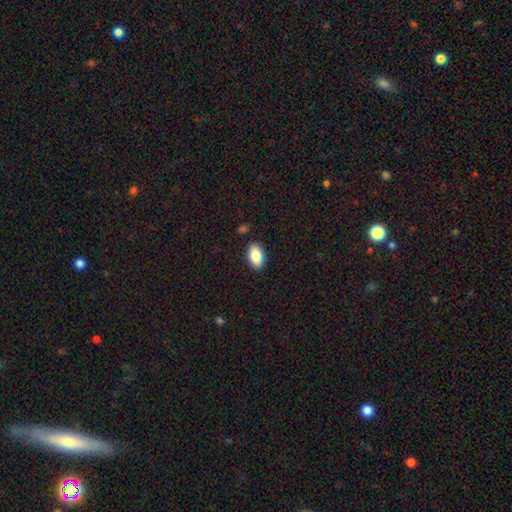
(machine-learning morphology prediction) Smooth or featured: smooth — 86% (featured or disk — 7%)
How rounded: in between — 92% (round — 6%)
Merging: none — 88% (minor disturbance — 9%)